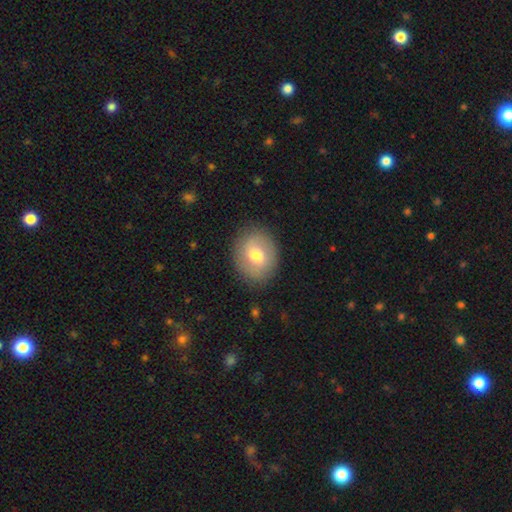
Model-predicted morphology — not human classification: A smooth galaxy with no disk features (63%) that is round (58%). Merging: none (87%).